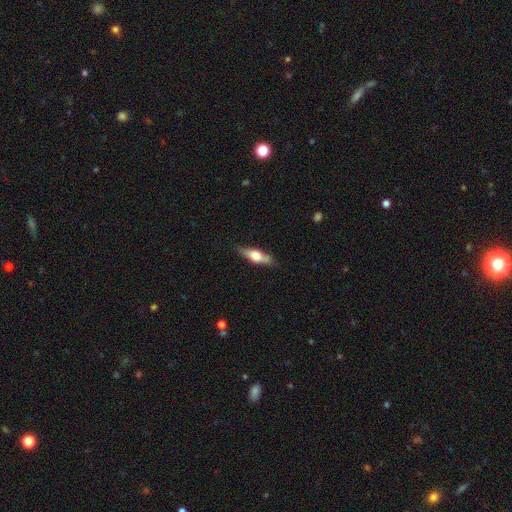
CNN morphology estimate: featured or disk 50%, smooth 44%, star or artifact 6%. Down the decision tree: merging — none (79%).